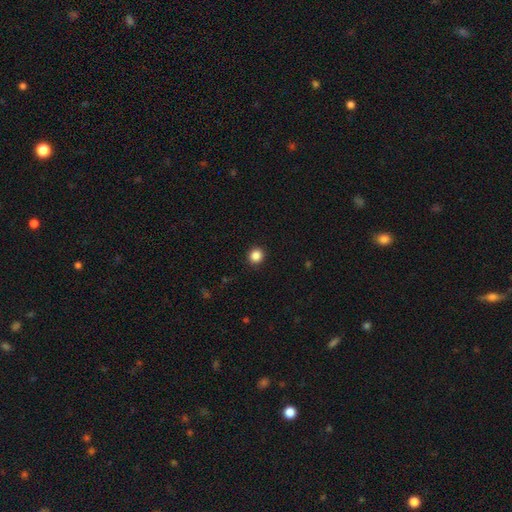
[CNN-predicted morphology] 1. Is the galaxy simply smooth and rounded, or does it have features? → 86% smooth, 11% star or artifact, 3% featured or disk.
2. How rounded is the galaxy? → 90% round, 9% in between, 1% cigar-shaped.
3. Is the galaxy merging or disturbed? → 92% none, 5% minor disturbance, 2% major disturbance, 1% merger.